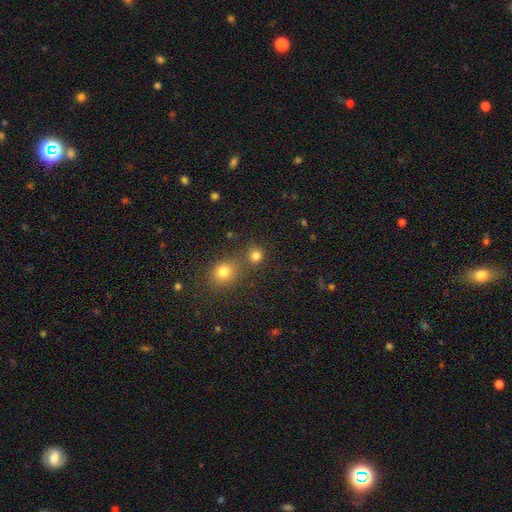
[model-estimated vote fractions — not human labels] Smooth or featured? smooth (79%)
How rounded? round (87%)
Merging? none (69%)